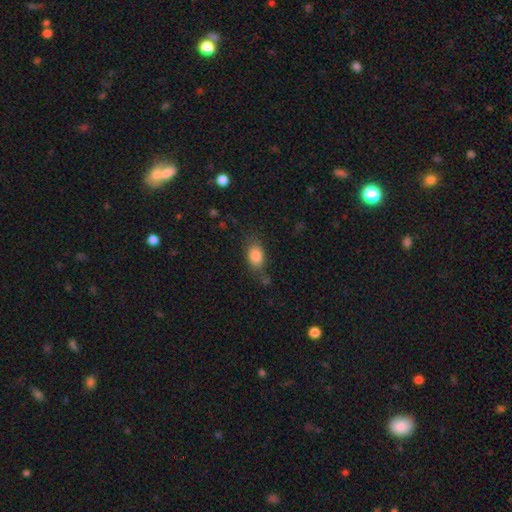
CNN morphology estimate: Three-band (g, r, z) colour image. It shows a smooth galaxy with no disk features (85%) that is in between round and cigar-shaped (81%). Merging: none (70%).